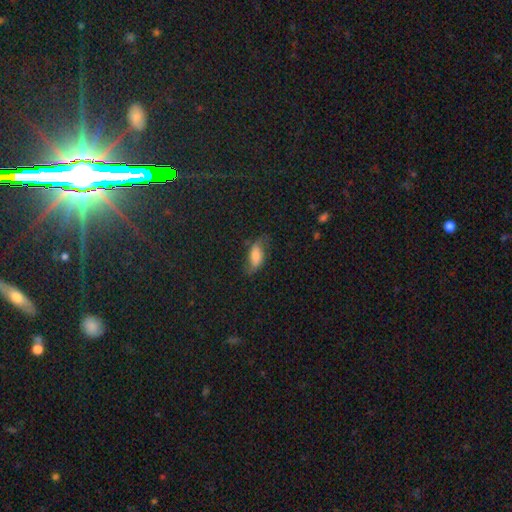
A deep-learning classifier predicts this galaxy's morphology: Smooth or featured: smooth — 58% (featured or disk — 31%)
How rounded: in between — 85% (cigar-shaped — 11%)
Merging: none — 60% (minor disturbance — 26%)